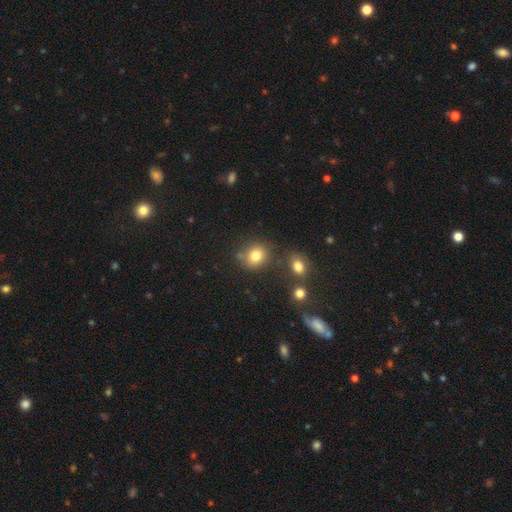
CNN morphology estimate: smooth_or_featured: smooth (p=0.79) [alt: star or artifact p=0.12]
how_rounded: round (p=0.68) [alt: in between p=0.31]
merging: none (p=0.70) [alt: minor disturbance p=0.14]